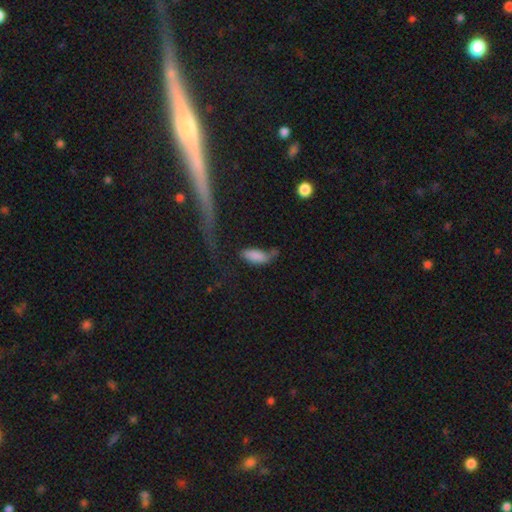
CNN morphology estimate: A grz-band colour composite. It shows a smooth galaxy with no disk features (80%) that is in between round and cigar-shaped (84%). Merging: none (36%).